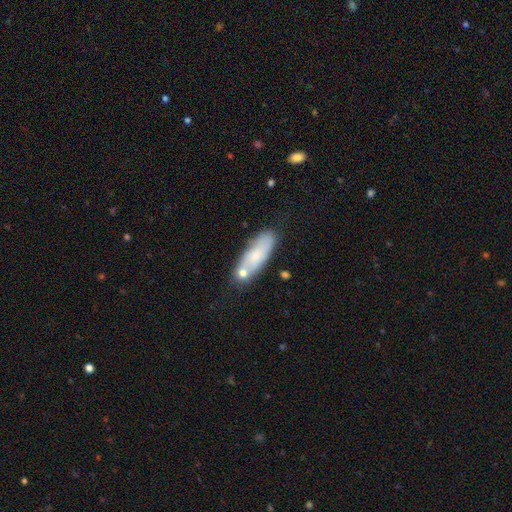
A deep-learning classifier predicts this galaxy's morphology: A smooth galaxy with no disk features (62%) that is in between round and cigar-shaped (59%). Merging: none (63%).